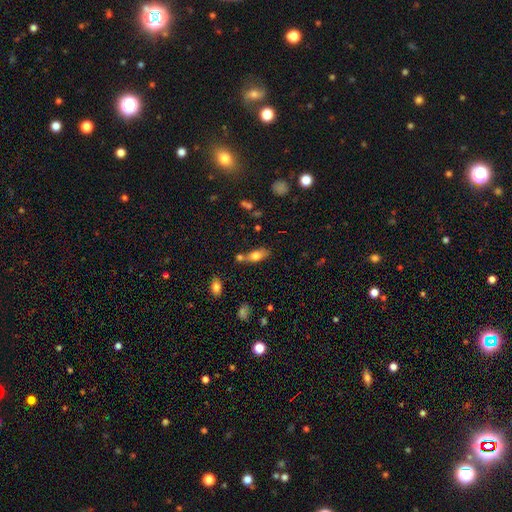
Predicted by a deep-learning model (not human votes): This is likely a smooth galaxy (70%). How rounded: likely in between (75%). Merging: possibly none (55%).